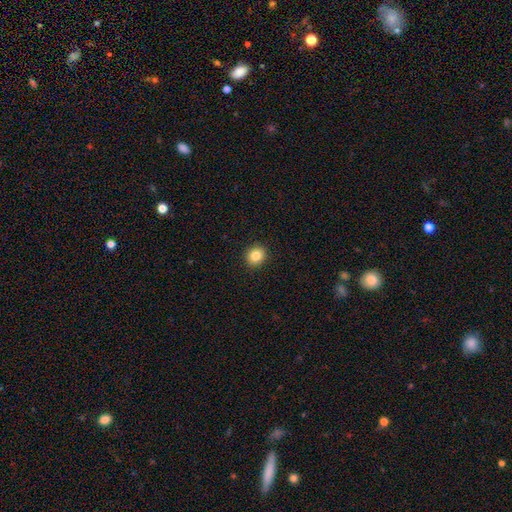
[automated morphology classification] type=smooth (84%); roundness=round (84%); merging=none (92%).